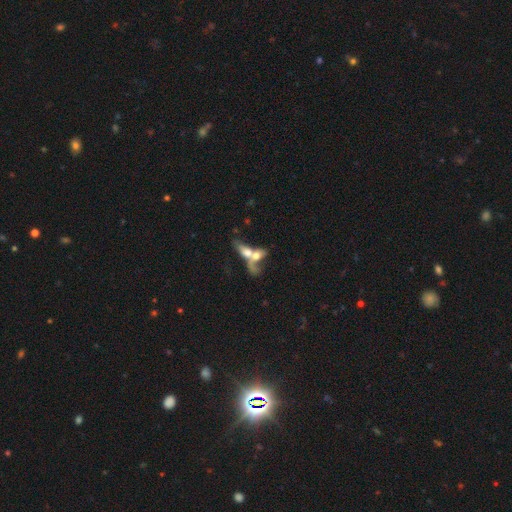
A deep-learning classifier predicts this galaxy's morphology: Smooth or featured?
  - smooth: 50% *
  - featured or disk: 41%
  - star or artifact: 9%
Merging?
  - merger: 76% *
  - none: 10%
  - major disturbance: 9%
  - minor disturbance: 5%